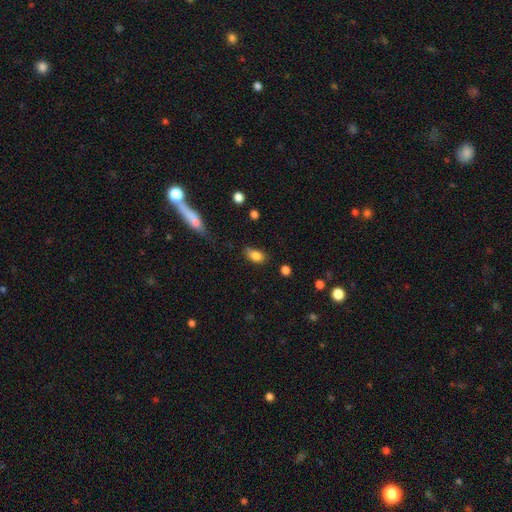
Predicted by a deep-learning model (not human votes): This appears to be a smooth galaxy with no disk features (83%) that is in between round and cigar-shaped (85%). Merging: none (62%).